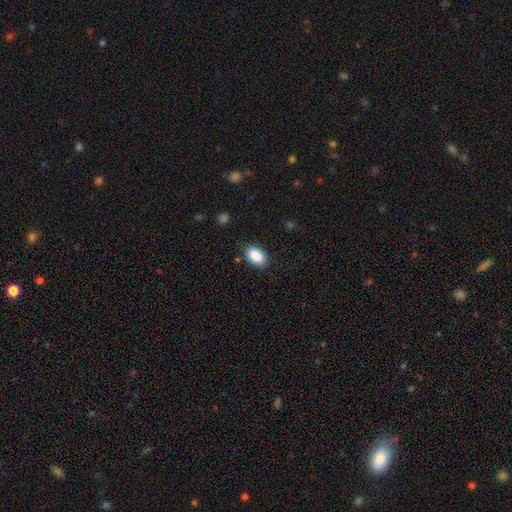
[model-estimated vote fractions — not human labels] Smooth or featured: smooth — 89% (star or artifact — 8%)
How rounded: in between — 91% (round — 7%)
Merging: none — 84% (minor disturbance — 12%)